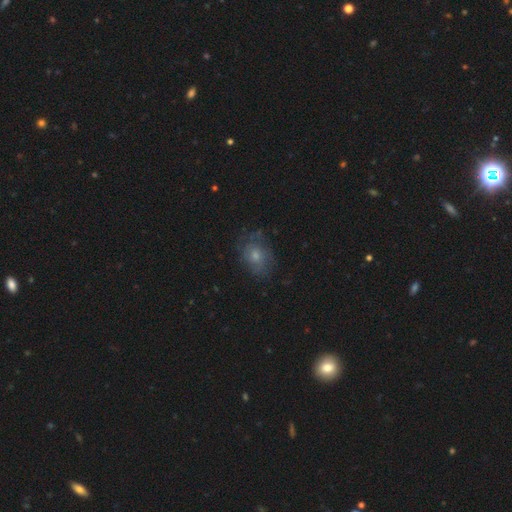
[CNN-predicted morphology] smooth 50%, featured or disk 38%, star or artifact 12%. Down the decision tree: how rounded — in between (60%); merging — none (62%).